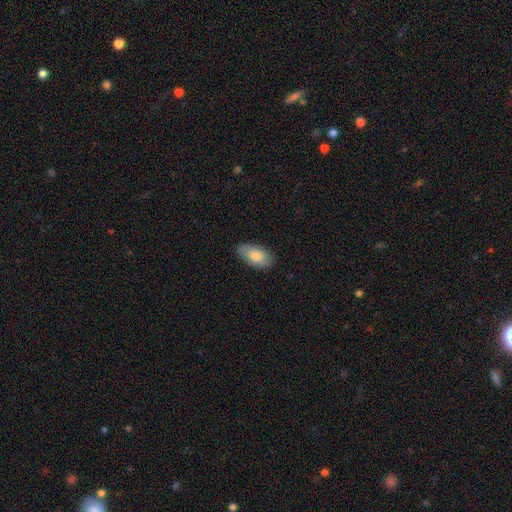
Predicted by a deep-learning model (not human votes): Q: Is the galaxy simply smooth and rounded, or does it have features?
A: smooth — 77%.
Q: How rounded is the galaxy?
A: in between — 94%.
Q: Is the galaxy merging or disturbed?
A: none — 81%.